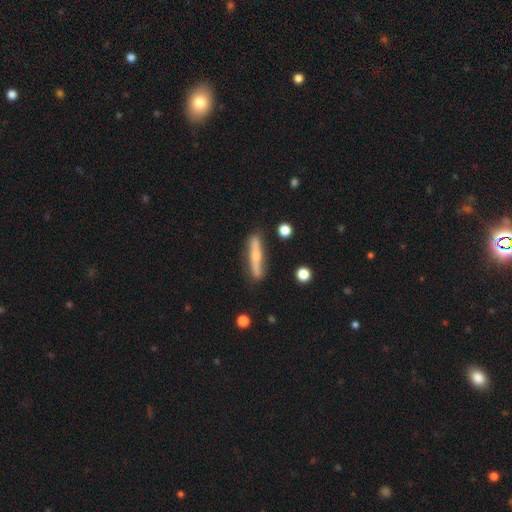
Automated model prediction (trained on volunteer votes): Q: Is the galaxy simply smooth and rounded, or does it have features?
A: featured or disk — 55%.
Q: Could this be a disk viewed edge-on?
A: yes — 88%.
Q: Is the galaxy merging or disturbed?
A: none — 83%.